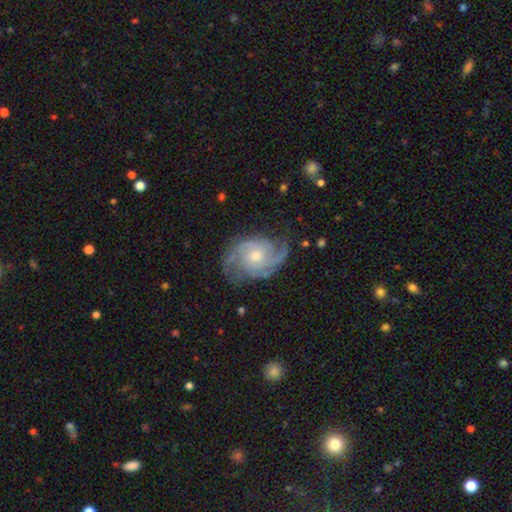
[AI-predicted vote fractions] Morphology: type=featured or disk (90%); edge-on=no (98%); bar=no (69%); spiral arms=yes (98%); winding=medium (49%); arm count=2 (57%); bulge=moderate (55%); merging=none (76%).